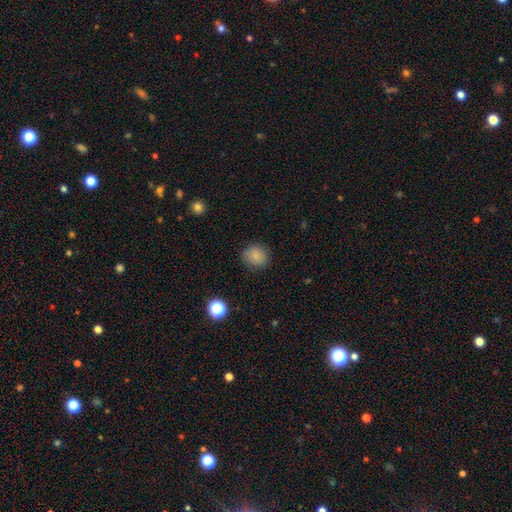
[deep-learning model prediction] Smooth or featured: smooth — 83% (star or artifact — 11%)
How rounded: round — 84% (in between — 15%)
Merging: none — 84% (minor disturbance — 12%)